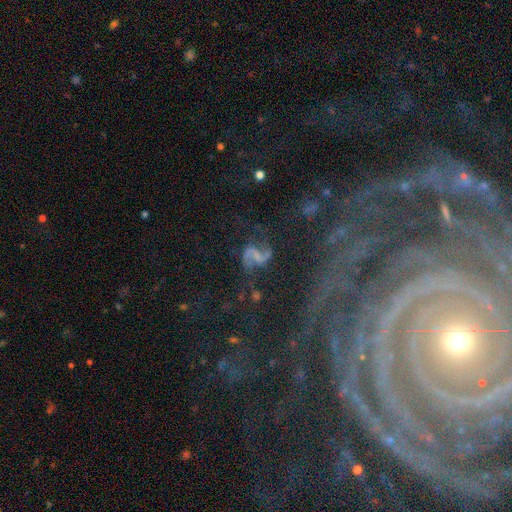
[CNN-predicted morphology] This is likely a featured or disk galaxy (74%). It is clearly not viewed edge-on (97%). Bar: marginally weak (43%). Spiral arm pattern: clearly yes (92%). Spiral arm count: clearly 2 (92%). Spiral winding: likely loose (64%). Central bulge: possibly none (52%). Merging: likely none (62%).